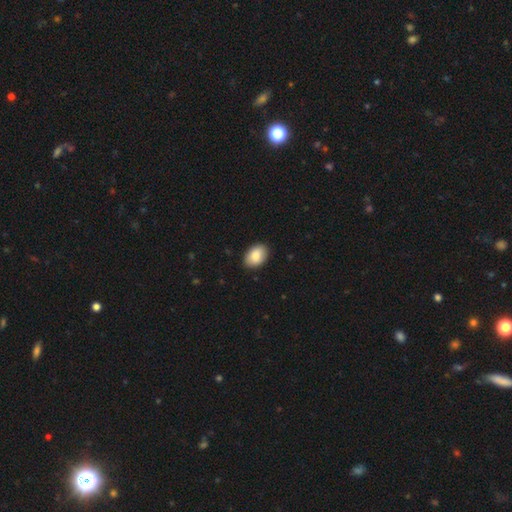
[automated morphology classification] Smooth or featured: smooth — 87% (featured or disk — 7%)
How rounded: in between — 86% (round — 13%)
Merging: none — 89% (minor disturbance — 8%)